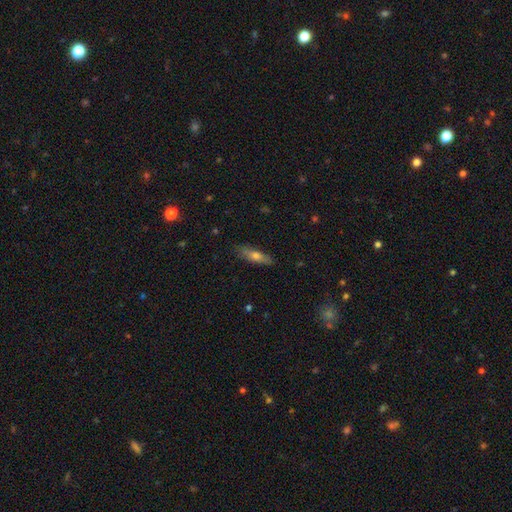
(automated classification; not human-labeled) Smooth or featured?
  - smooth: 64% *
  - featured or disk: 29%
  - star or artifact: 7%
How rounded?
  - cigar-shaped: 59% *
  - in between: 39%
  - round: 2%
Merging?
  - none: 82% *
  - minor disturbance: 14%
  - major disturbance: 3%
  - merger: 1%